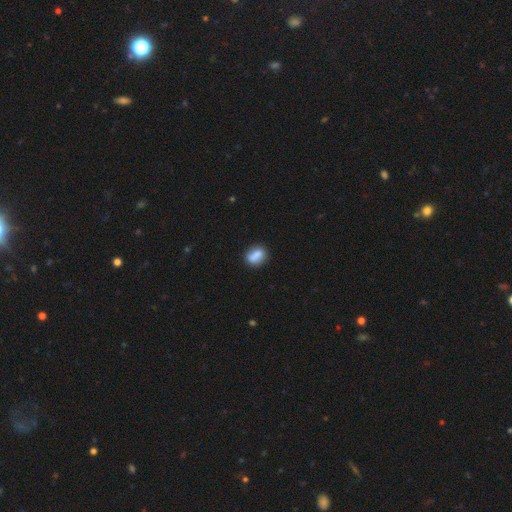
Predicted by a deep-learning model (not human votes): Smooth or featured? smooth (82%)
How rounded? in between (65%)
Merging? none (80%)